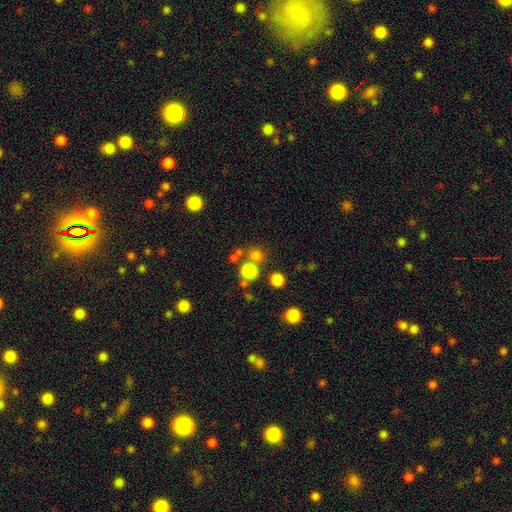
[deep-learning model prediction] This is likely a smooth galaxy (75%). How rounded: clearly round (89%). Merging: likely none (67%).